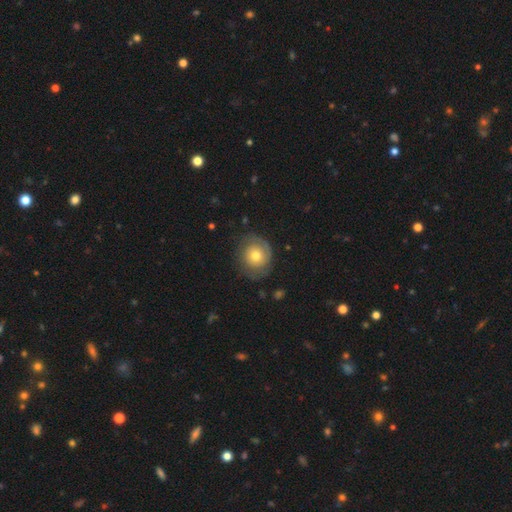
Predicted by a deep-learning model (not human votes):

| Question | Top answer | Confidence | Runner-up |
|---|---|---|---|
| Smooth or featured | smooth | 53% | featured or disk (39%) |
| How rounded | round | 81% | in between (18%) |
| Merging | none | 73% | minor disturbance (18%) |